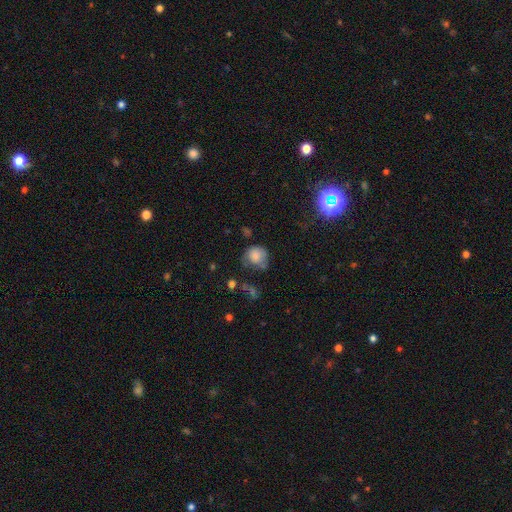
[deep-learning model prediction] Morphology: type=smooth (74%); roundness=round (72%); merging=none (41%).